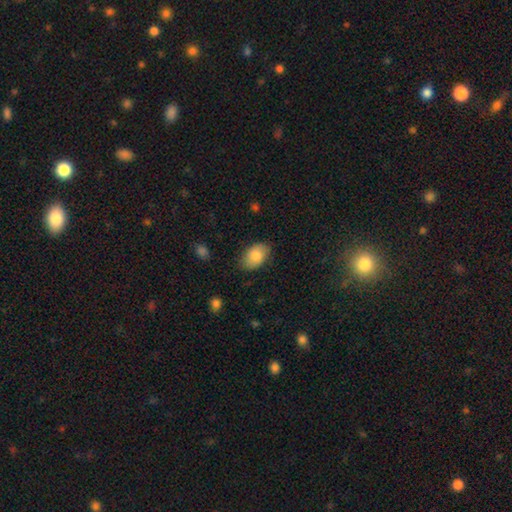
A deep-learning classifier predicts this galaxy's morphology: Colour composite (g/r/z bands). It shows a smooth galaxy with no disk features (82%) that is in between round and cigar-shaped (91%). Merging: none (80%).